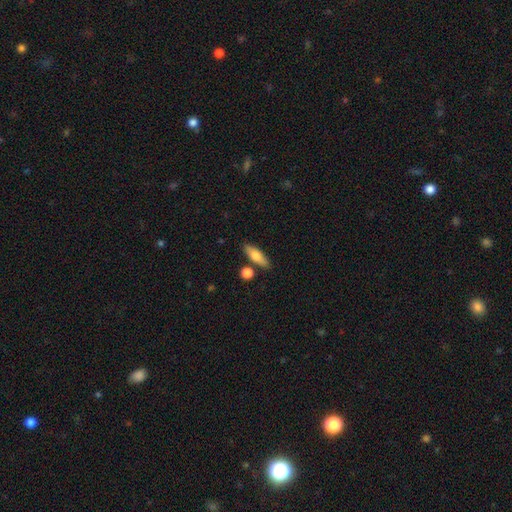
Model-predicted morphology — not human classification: type=smooth (70%); roundness=in between (51%); merging=none (79%).